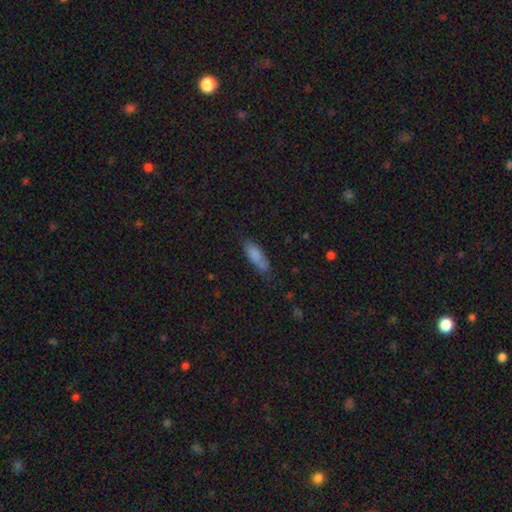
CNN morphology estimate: smooth-or-featured: smooth: 82% | featured or disk: 11% | star or artifact: 7%
  how-rounded: in between: 52% | cigar-shaped: 46% | round: 2%
  merging: none: 66% | minor disturbance: 24% | major disturbance: 6% | merger: 4%